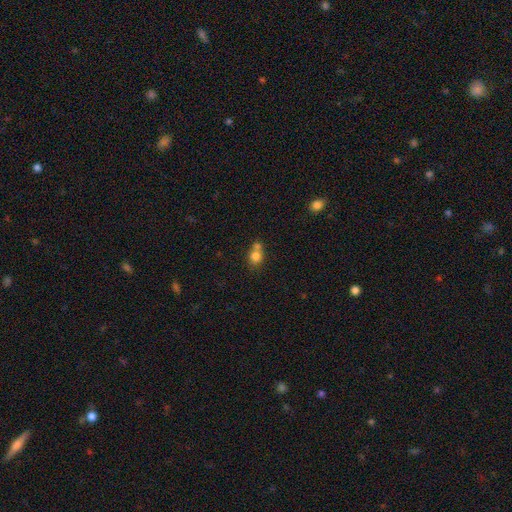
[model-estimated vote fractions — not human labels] smooth-or-featured: smooth: 79% | star or artifact: 11% | featured or disk: 10%
  how-rounded: round: 69% | in between: 30% | cigar-shaped: 1%
  merging: merger: 46% | none: 41% | minor disturbance: 10% | major disturbance: 4%